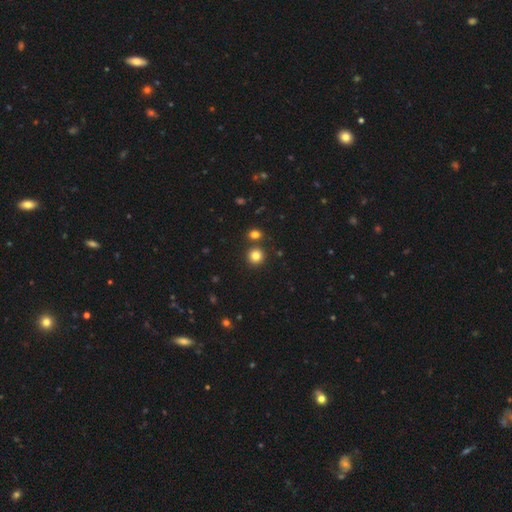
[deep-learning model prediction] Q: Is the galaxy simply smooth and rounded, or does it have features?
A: smooth — 82%.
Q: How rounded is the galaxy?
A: round — 91%.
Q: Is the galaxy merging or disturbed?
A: none — 82%.